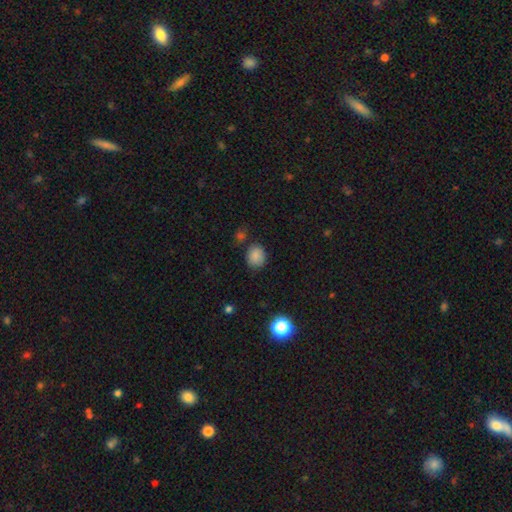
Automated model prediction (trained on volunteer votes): Smooth or featured? smooth (84%)
How rounded? round (64%)
Merging? none (77%)